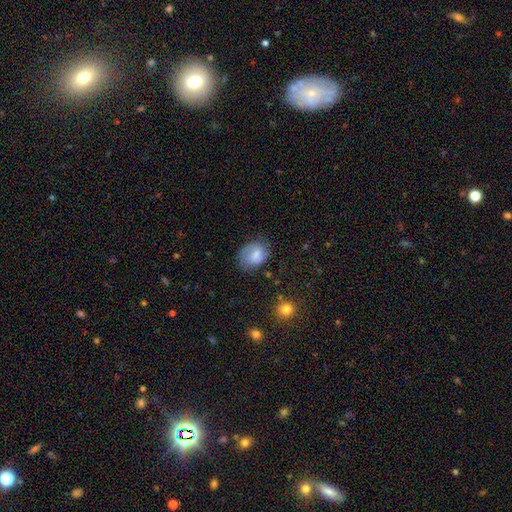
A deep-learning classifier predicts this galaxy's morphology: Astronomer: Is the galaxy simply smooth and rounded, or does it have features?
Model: smooth — 60%.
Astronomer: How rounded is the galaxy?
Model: in between — 63%.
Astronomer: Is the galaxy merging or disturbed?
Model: none — 62%.